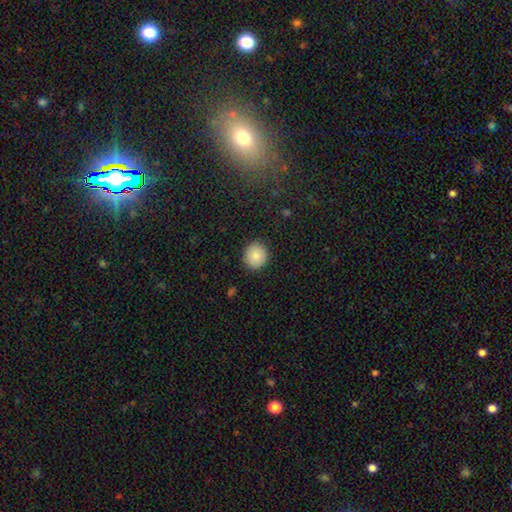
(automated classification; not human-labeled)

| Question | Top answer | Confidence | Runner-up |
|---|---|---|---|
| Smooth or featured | smooth | 87% | star or artifact (8%) |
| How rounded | round | 90% | in between (9%) |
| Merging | none | 90% | minor disturbance (7%) |